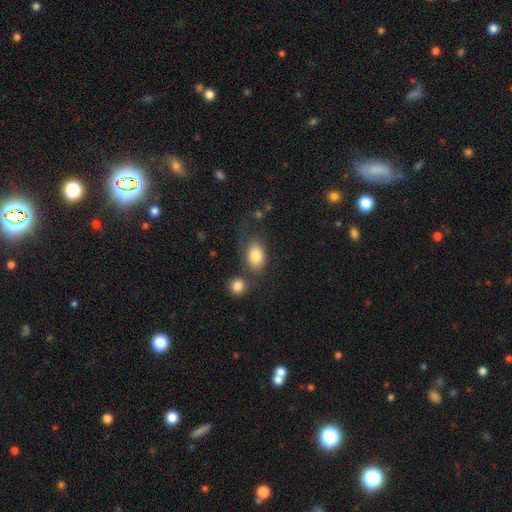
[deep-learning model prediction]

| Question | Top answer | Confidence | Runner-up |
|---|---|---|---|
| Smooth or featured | smooth | 81% | featured or disk (12%) |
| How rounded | in between | 86% | round (12%) |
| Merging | none | 56% | minor disturbance (17%) |